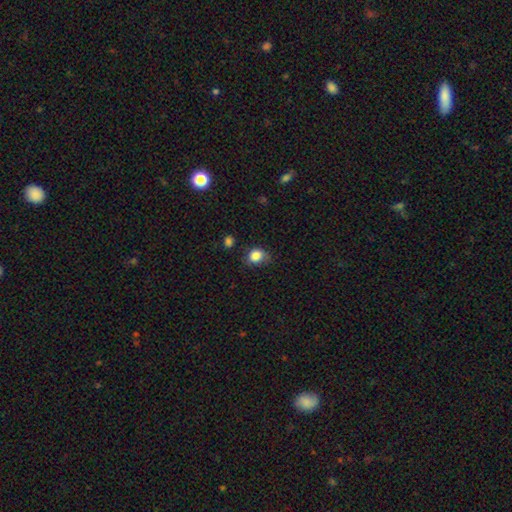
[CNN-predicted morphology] Smooth or featured? Predicted: smooth (p=0.85). How rounded? Predicted: round (p=0.55). Merging? Predicted: none (p=0.57).